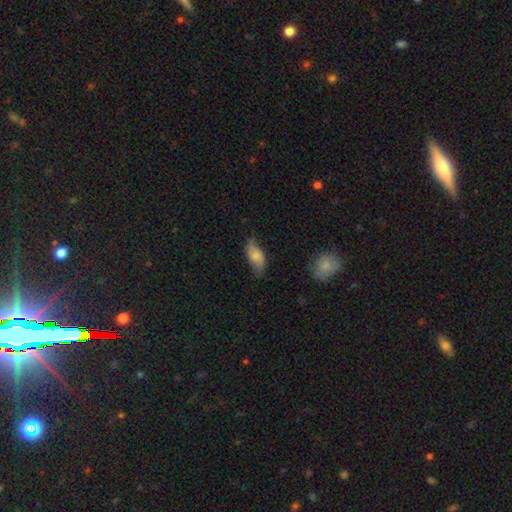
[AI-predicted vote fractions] smooth-or-featured: smooth: 65% | featured or disk: 28% | star or artifact: 7%
  how-rounded: in between: 87% | cigar-shaped: 10% | round: 3%
  merging: none: 64% | minor disturbance: 27% | major disturbance: 7% | merger: 2%